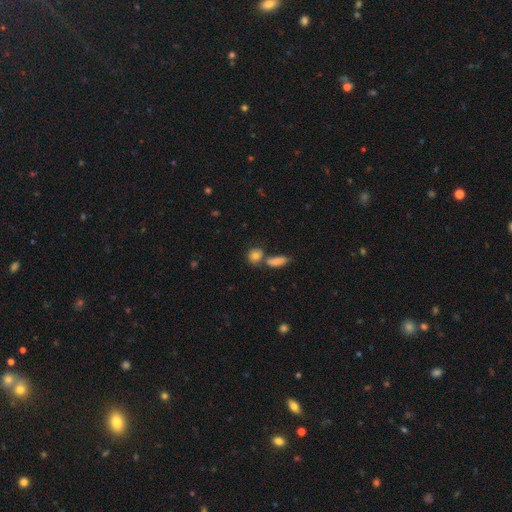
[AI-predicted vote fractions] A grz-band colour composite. It shows a smooth galaxy with no disk features (78%) that is round (70%). Merging: none (58%).